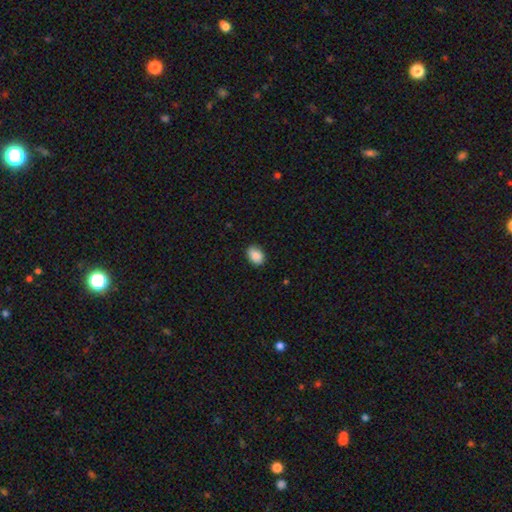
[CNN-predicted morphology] smooth_or_featured: smooth (p=0.90) [alt: star or artifact p=0.07]
how_rounded: in between (p=0.78) [alt: round p=0.21]
merging: none (p=0.87) [alt: minor disturbance p=0.10]